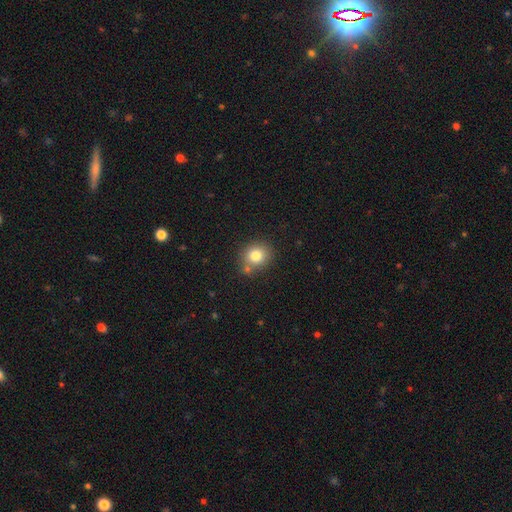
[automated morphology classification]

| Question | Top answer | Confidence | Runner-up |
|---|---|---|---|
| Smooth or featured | smooth | 79% | star or artifact (11%) |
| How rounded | round | 74% | in between (25%) |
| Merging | none | 72% | minor disturbance (13%) |